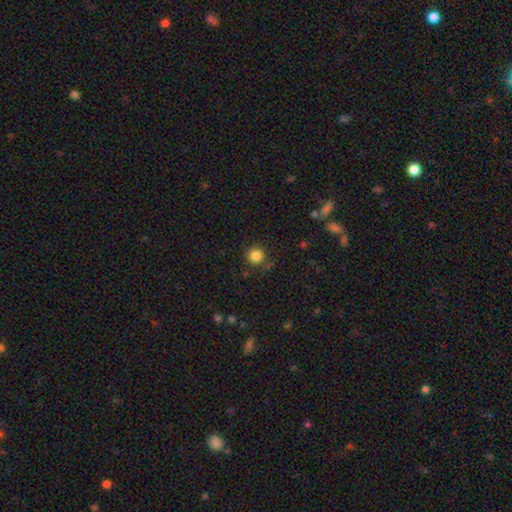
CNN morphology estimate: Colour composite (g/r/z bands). It shows a smooth galaxy with no disk features (84%) that is round (94%). Merging: none (84%).